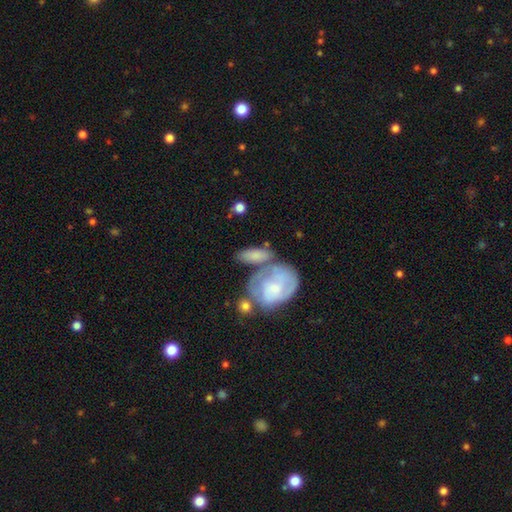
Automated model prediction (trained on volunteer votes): Overall: smooth (64%; featured or disk 30%). How rounded: in between (81%). Merging: none (41%; merger 31%).